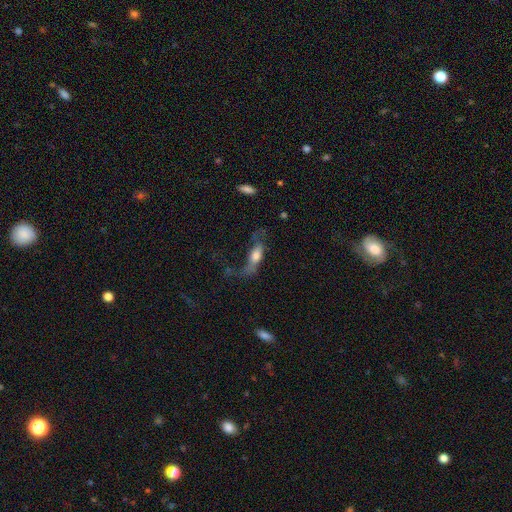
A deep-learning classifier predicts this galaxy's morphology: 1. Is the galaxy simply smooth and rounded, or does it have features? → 49% smooth, 42% featured or disk, 9% star or artifact.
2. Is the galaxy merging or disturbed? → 44% major disturbance, 31% none, 20% minor disturbance, 5% merger.